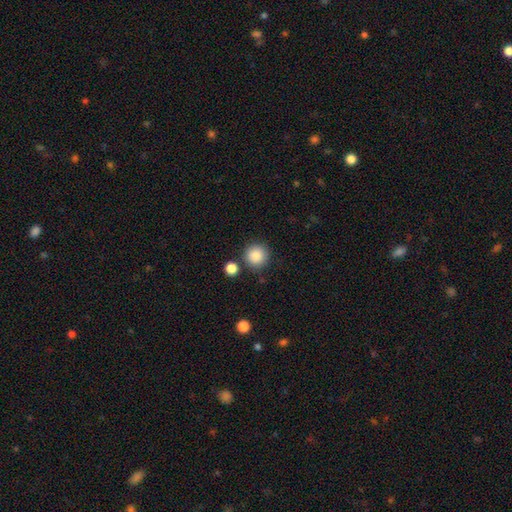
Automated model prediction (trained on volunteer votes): The model was most divided on "merging": none: 83%, minor disturbance: 8%, merger: 6%, major disturbance: 3%. More confident: how rounded — round (94%); smooth or featured — smooth (87%).